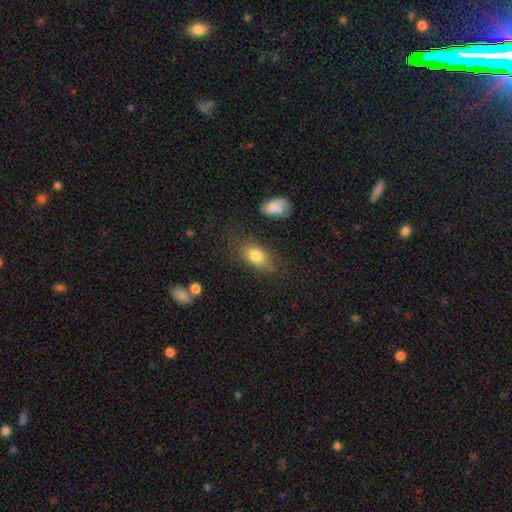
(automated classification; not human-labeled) A smooth galaxy with no disk features (80%) that is in between round and cigar-shaped (84%).

Vote fractions:
- Smooth or featured? smooth: 80% / featured or disk: 11% / star or artifact: 8%
- How rounded? in between: 84% / round: 12% / cigar-shaped: 3%
- Merging? none: 69% / minor disturbance: 19% / major disturbance: 8% / merger: 4%